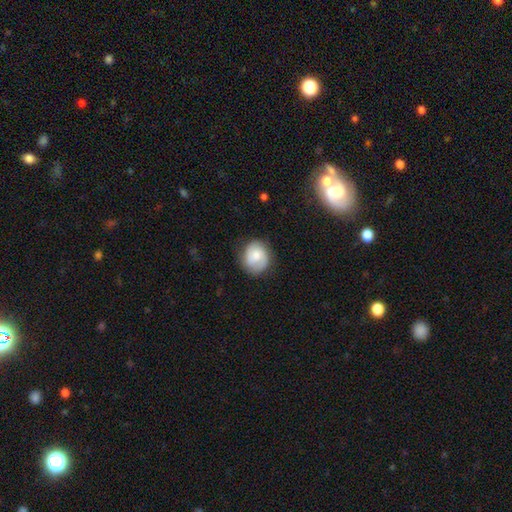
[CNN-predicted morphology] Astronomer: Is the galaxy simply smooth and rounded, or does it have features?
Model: smooth — 54% (runner-up: featured or disk, 39%).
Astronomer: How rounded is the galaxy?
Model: round — 74%.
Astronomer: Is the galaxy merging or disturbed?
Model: none — 78%.